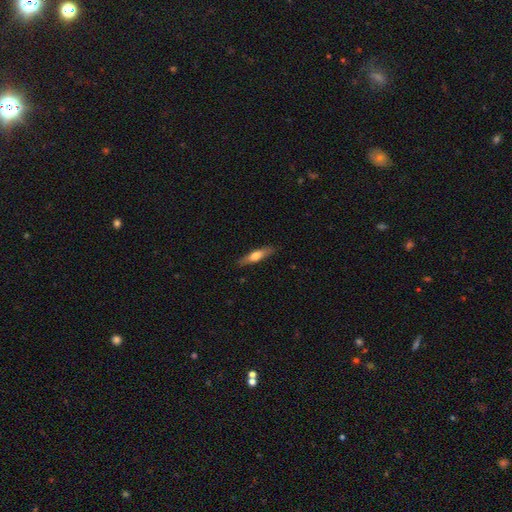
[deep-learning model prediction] A smooth galaxy with no disk features (56%) that is cigar-shaped (74%). Merging: none (86%).